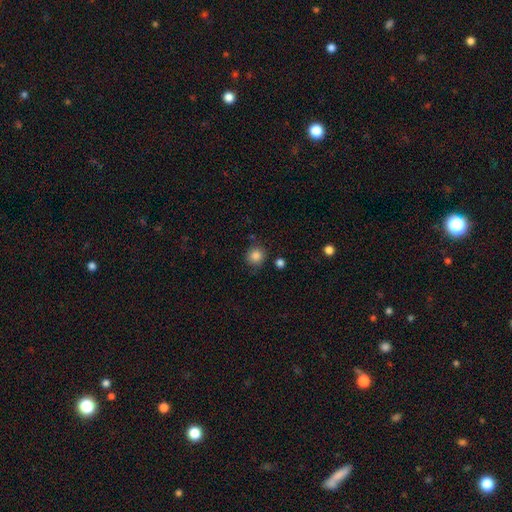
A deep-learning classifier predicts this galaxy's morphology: Smooth or featured: smooth — 85% (star or artifact — 11%)
How rounded: round — 90% (in between — 9%)
Merging: none — 82% (minor disturbance — 11%)